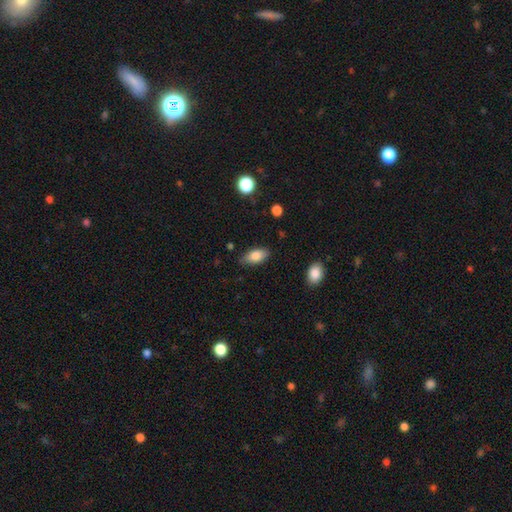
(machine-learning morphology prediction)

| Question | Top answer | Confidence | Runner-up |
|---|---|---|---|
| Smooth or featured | smooth | 83% | featured or disk (10%) |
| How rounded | in between | 90% | cigar-shaped (7%) |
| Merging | none | 83% | minor disturbance (13%) |